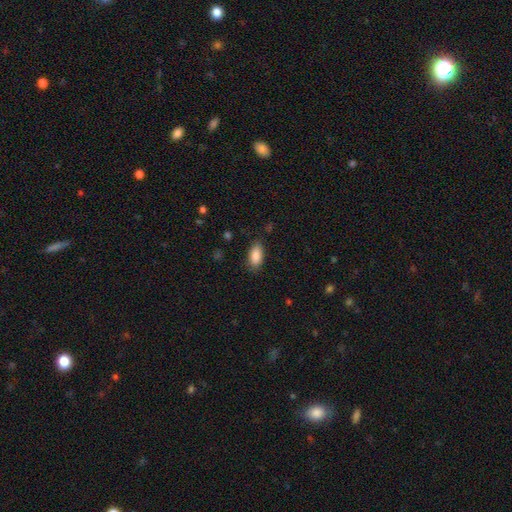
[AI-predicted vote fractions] This appears to be a smooth galaxy with no disk features (87%) that is in between round and cigar-shaped (91%). Merging: none (82%).